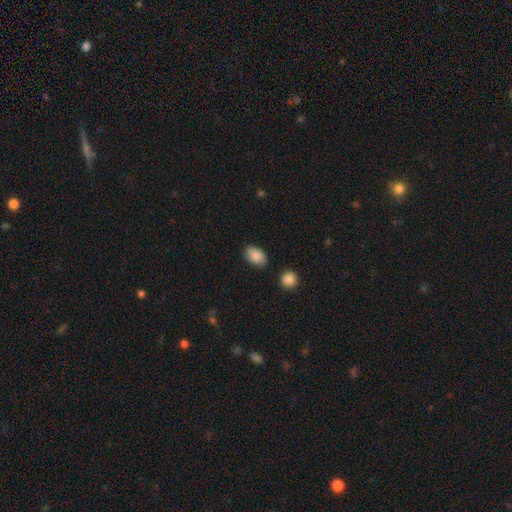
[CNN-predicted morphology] Overall: smooth (87%). How rounded: in between (84%). Merging: none (78%).